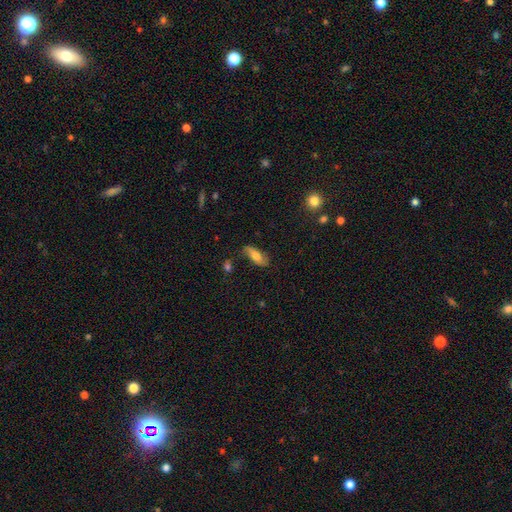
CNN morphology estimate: Smooth or featured? smooth (62%)
How rounded? in between (76%)
Merging? none (69%)